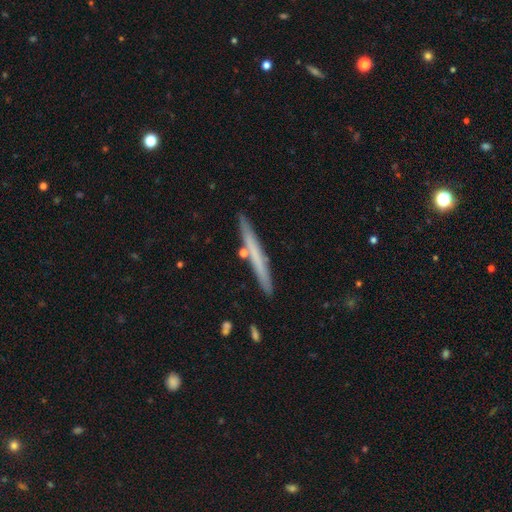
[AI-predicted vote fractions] Morphology: type=smooth (51%); roundness=cigar-shaped (97%); merging=none (88%).